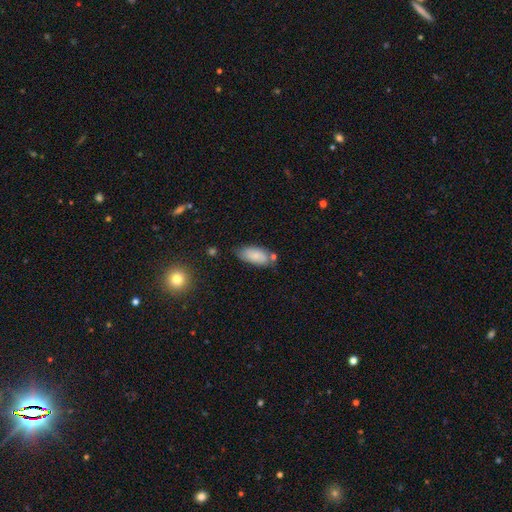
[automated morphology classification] This appears to be a smooth galaxy with no disk features (78%) that is in between round and cigar-shaped (88%). Merging: none (60%).